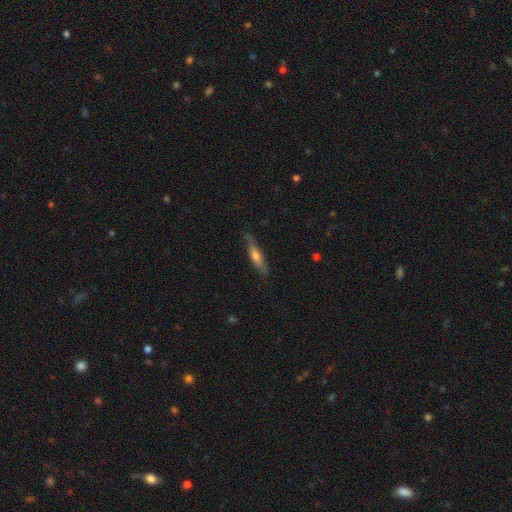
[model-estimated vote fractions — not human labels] Smooth or featured: featured or disk — 50% (smooth — 43%)
Edge-on disk: yes — 87% (no — 13%)
Merging: none — 77% (minor disturbance — 18%)